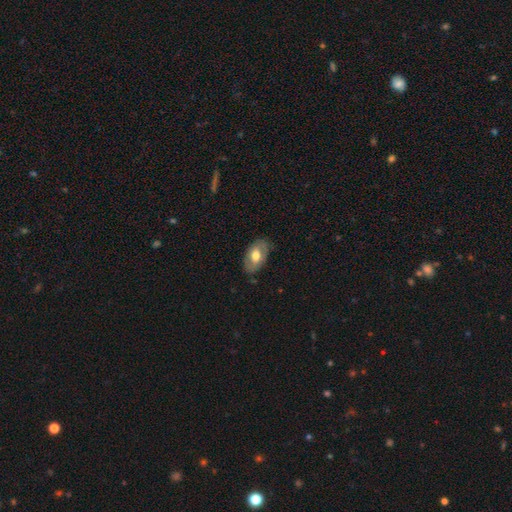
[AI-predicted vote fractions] This is possibly a smooth galaxy (57%). How rounded: clearly in between (92%). Merging: likely none (77%).